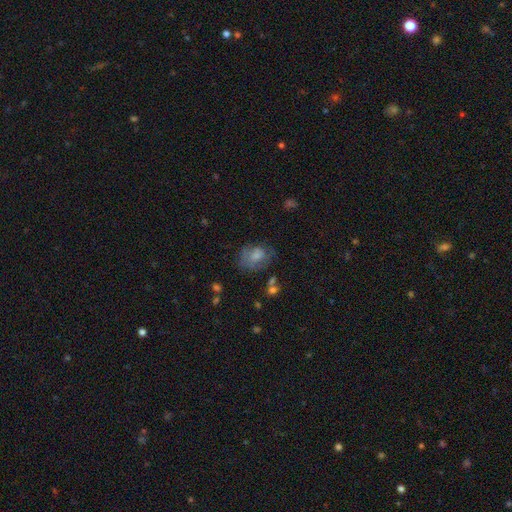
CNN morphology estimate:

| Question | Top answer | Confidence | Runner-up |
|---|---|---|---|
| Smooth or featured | smooth | 65% | featured or disk (25%) |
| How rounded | in between | 61% | round (38%) |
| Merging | none | 45% | minor disturbance (28%) |